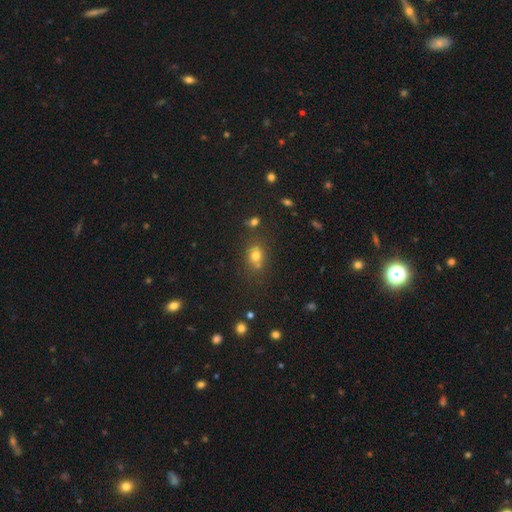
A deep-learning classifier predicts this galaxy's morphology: This appears to be a smooth galaxy with no disk features (70%) that is round (59%). Merging: none (59%).